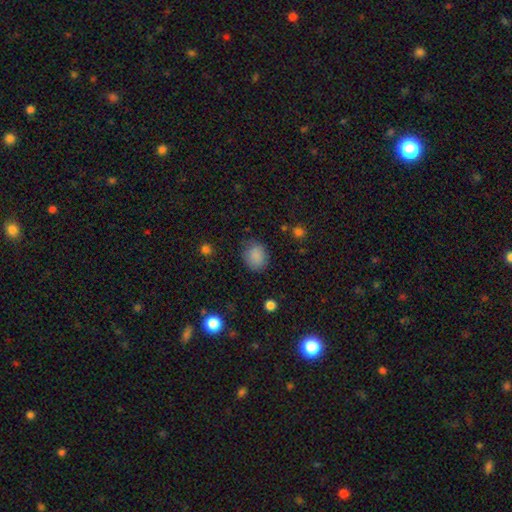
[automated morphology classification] Smooth or featured? smooth (86%)
How rounded? round (60%)
Merging? none (79%)